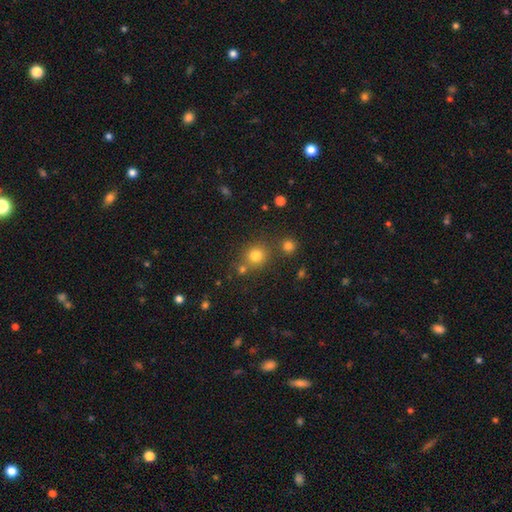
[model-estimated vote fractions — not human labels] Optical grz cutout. It shows a smooth galaxy with no disk features (78%) that is round (88%). Merging: none (71%).